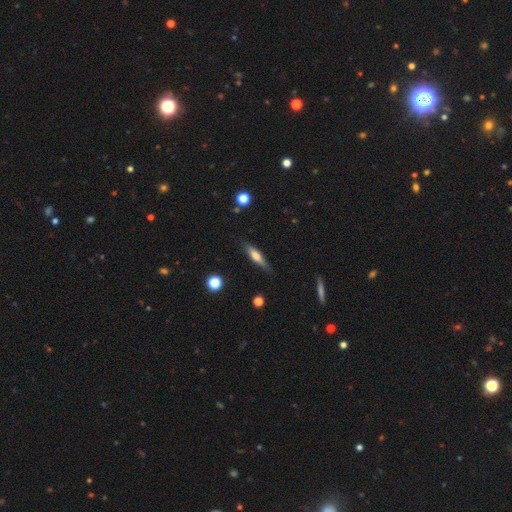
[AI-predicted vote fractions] Smooth or featured? smooth (49%)
Merging? none (82%)